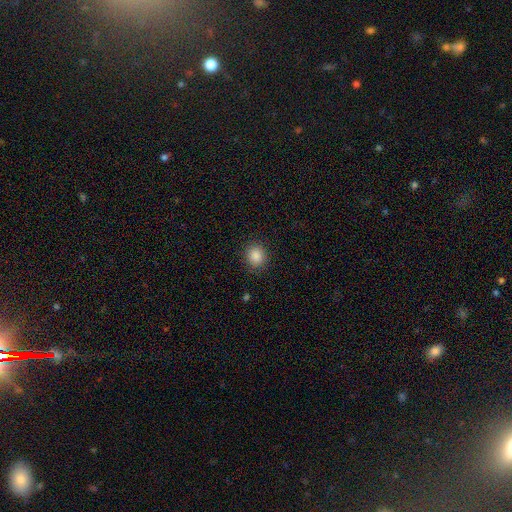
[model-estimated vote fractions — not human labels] Smooth or featured? smooth (87%)
How rounded? round (72%)
Merging? none (87%)